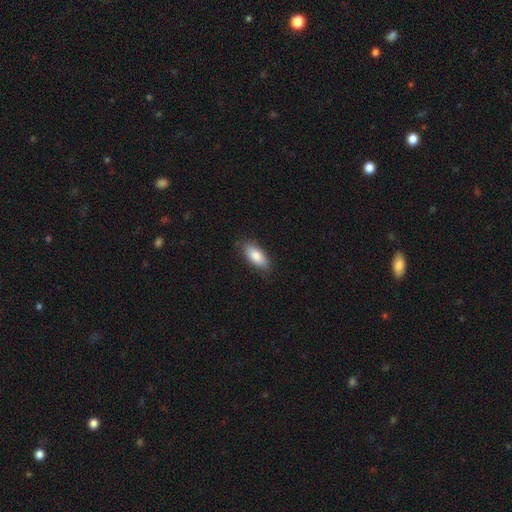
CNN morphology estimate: smooth-or-featured: smooth: 85% | featured or disk: 9% | star or artifact: 6%
  how-rounded: in between: 84% | cigar-shaped: 13% | round: 2%
  merging: none: 83% | minor disturbance: 13% | major disturbance: 3% | merger: 1%